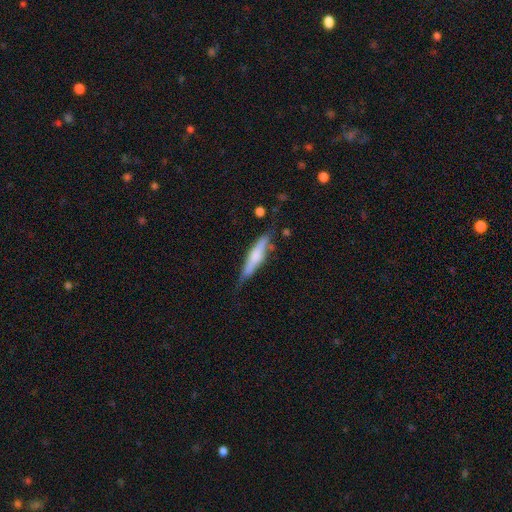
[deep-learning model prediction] Q: Smooth or featured?
A: smooth (49%); runner-up: featured or disk (44%)
Q: Merging?
A: none (71%); runner-up: minor disturbance (21%)